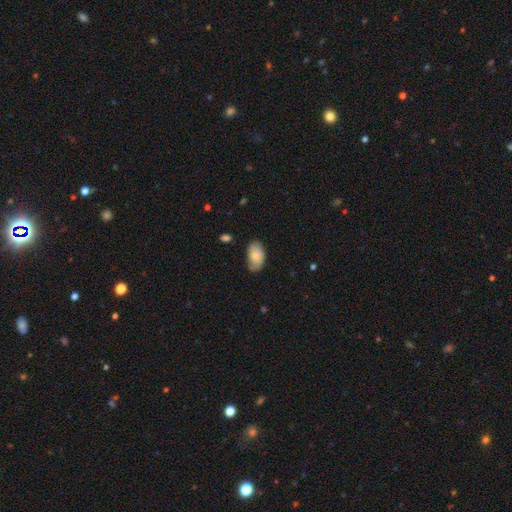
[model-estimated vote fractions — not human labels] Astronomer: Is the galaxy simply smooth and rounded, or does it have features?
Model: smooth — 75%.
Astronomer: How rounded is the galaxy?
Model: in between — 93%.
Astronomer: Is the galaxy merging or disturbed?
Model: none — 69%.